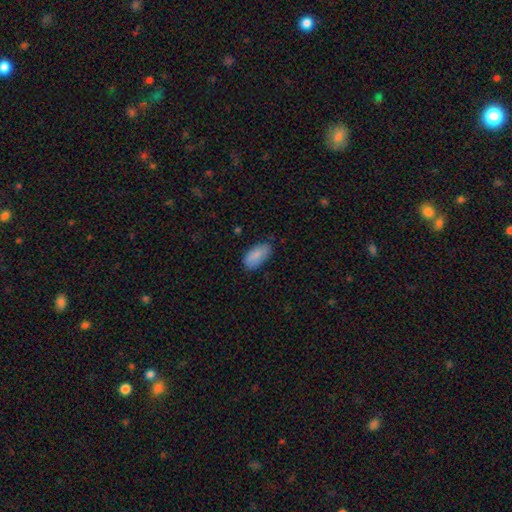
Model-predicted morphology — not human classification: Overall: smooth (87%). How rounded: in between (93%). Merging: none (78%).